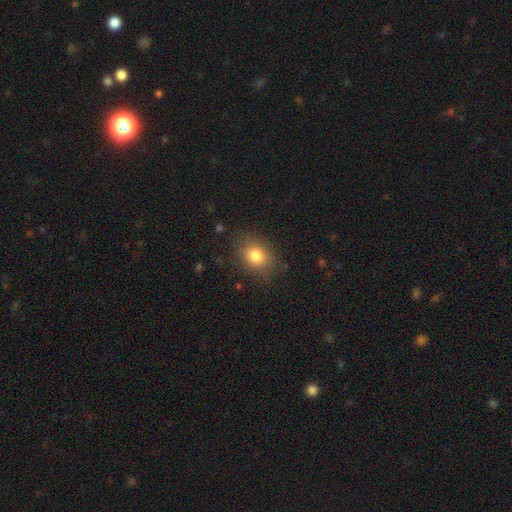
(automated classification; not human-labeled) Overall: smooth (82%). How rounded: in between (52%; round 47%). Merging: none (83%).